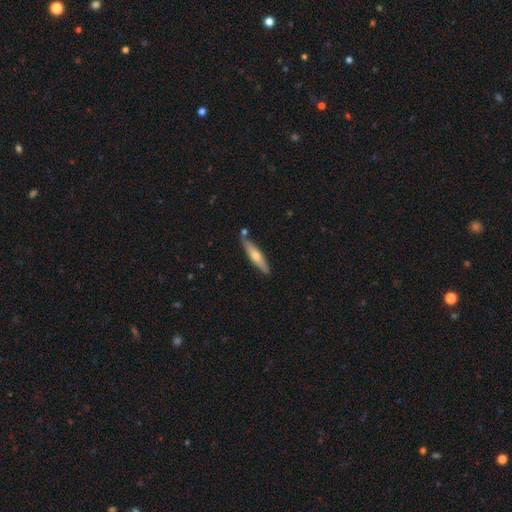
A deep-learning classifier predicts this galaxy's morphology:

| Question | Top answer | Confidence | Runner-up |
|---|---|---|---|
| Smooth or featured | smooth | 57% | featured or disk (38%) |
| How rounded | cigar-shaped | 84% | in between (15%) |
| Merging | none | 77% | minor disturbance (13%) |